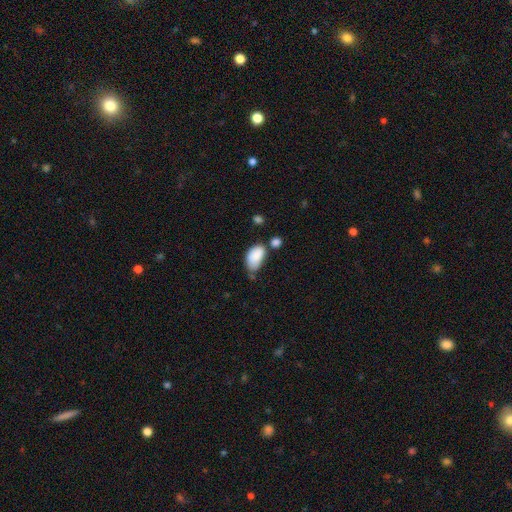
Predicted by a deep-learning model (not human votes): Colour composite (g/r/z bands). It shows a smooth galaxy with no disk features (85%) that is in between round and cigar-shaped (93%). Merging: none (38%).